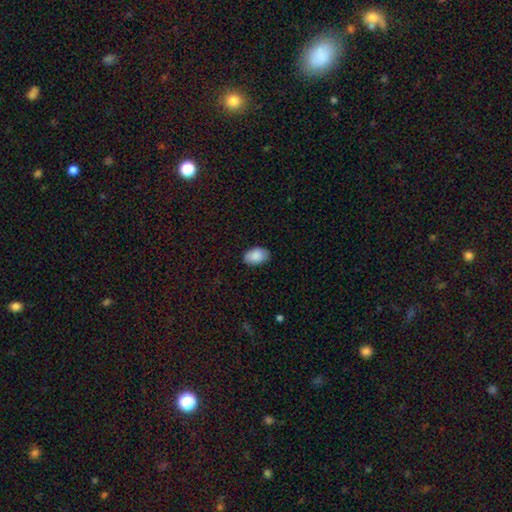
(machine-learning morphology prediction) smooth_or_featured: smooth (p=0.89) [alt: star or artifact p=0.06]
how_rounded: in between (p=0.90) [alt: round p=0.09]
merging: none (p=0.84) [alt: minor disturbance p=0.12]